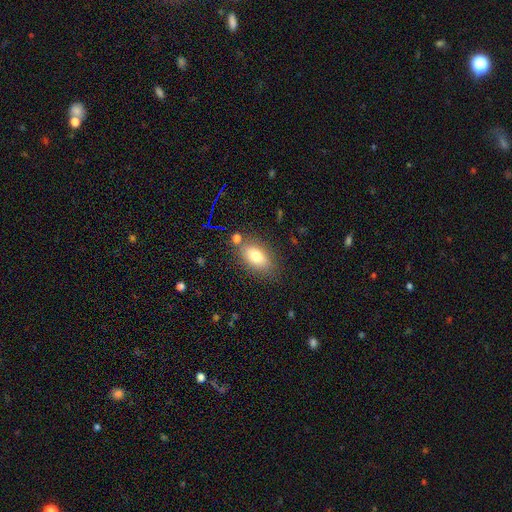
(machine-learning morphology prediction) Smooth or featured?
  - smooth: 79% *
  - featured or disk: 12%
  - star or artifact: 9%
How rounded?
  - in between: 88% *
  - round: 7%
  - cigar-shaped: 6%
Merging?
  - none: 74% *
  - minor disturbance: 14%
  - merger: 8%
  - major disturbance: 4%